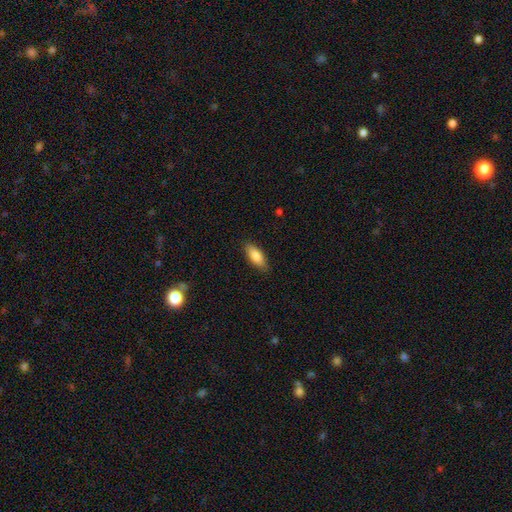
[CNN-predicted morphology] Smooth or featured?
  - smooth: 83% *
  - featured or disk: 11%
  - star or artifact: 6%
How rounded?
  - in between: 73% *
  - cigar-shaped: 25%
  - round: 2%
Merging?
  - none: 86% *
  - minor disturbance: 10%
  - major disturbance: 2%
  - merger: 1%